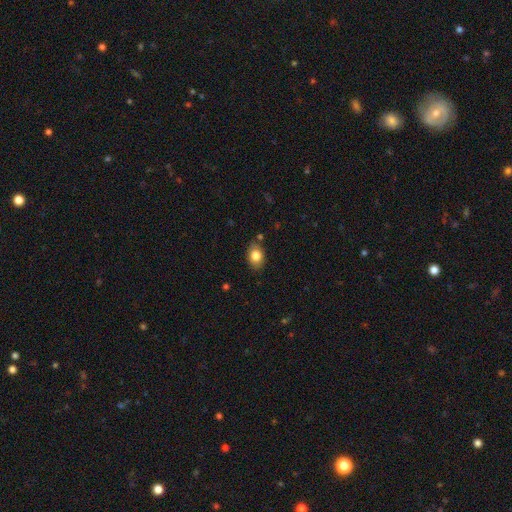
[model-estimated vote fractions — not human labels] Smooth or featured?
  - smooth: 82% *
  - featured or disk: 10%
  - star or artifact: 8%
How rounded?
  - in between: 79% *
  - round: 20%
  - cigar-shaped: 1%
Merging?
  - none: 81% *
  - minor disturbance: 14%
  - major disturbance: 3%
  - merger: 2%